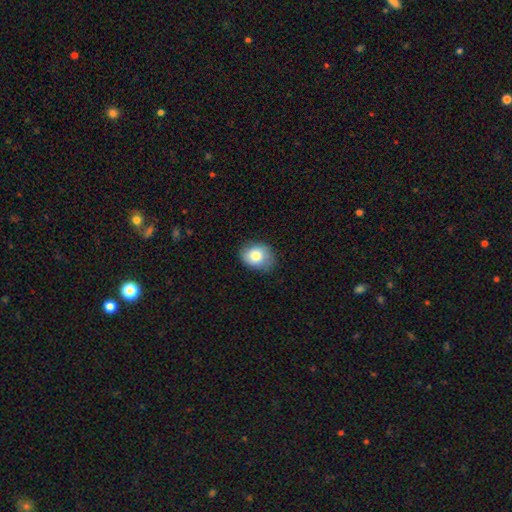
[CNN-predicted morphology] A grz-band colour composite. It shows a smooth galaxy with no disk features (80%) that is in between round and cigar-shaped (51%). Merging: none (72%).